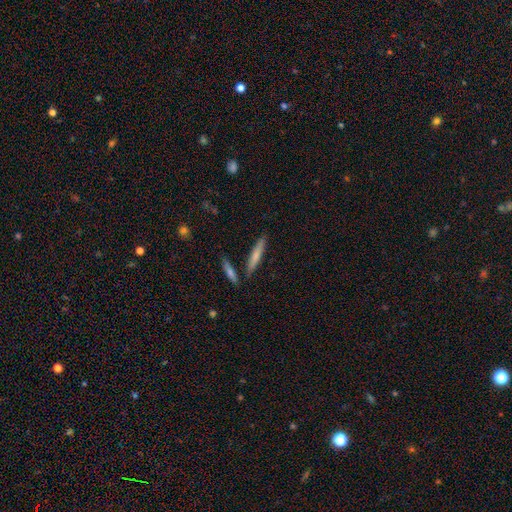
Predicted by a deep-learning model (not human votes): Overall: smooth (70%). How rounded: cigar-shaped (91%). Merging: none (84%).